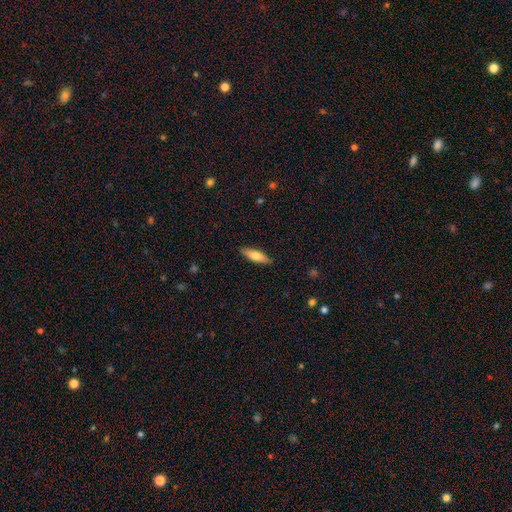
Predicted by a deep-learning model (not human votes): Smooth or featured: smooth — 69% (featured or disk — 25%)
How rounded: cigar-shaped — 53% (in between — 45%)
Merging: none — 87% (minor disturbance — 10%)